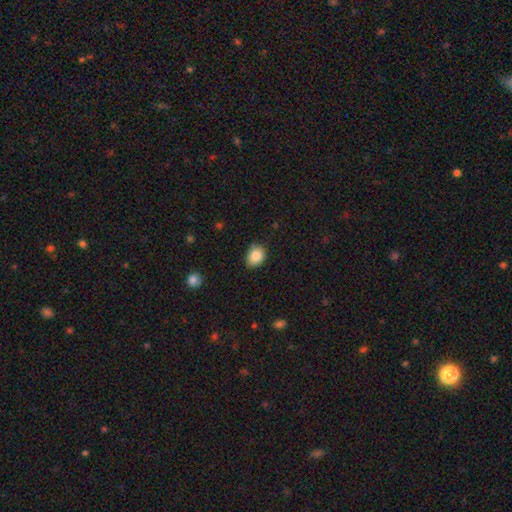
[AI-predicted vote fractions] Overall: smooth (86%). How rounded: in between (55%; round 44%). Merging: none (75%).